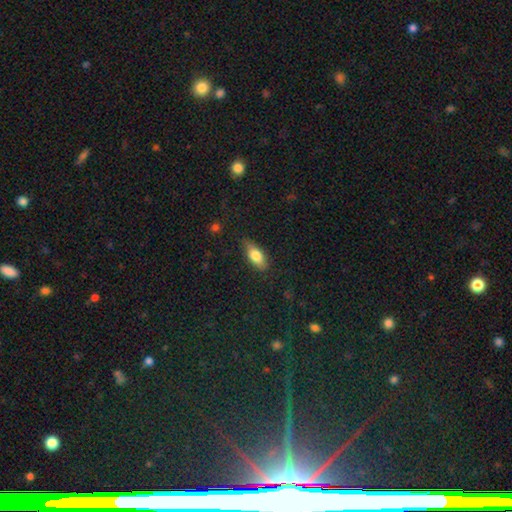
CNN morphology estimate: Smooth or featured? Predicted: smooth (p=0.75). How rounded? Predicted: in between (p=0.77). Merging? Predicted: none (p=0.81).